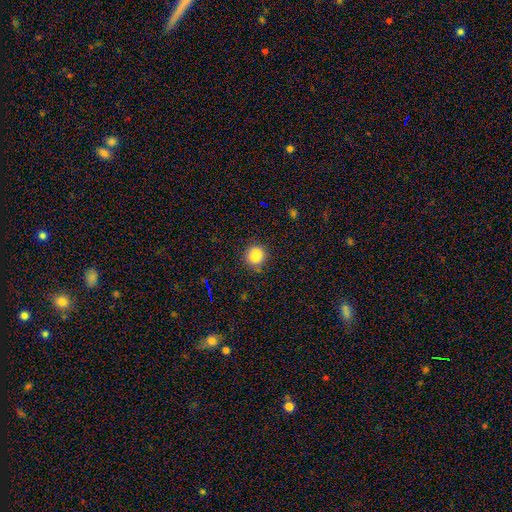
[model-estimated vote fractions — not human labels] Smooth or featured? smooth (80%)
How rounded? round (87%)
Merging? none (72%)